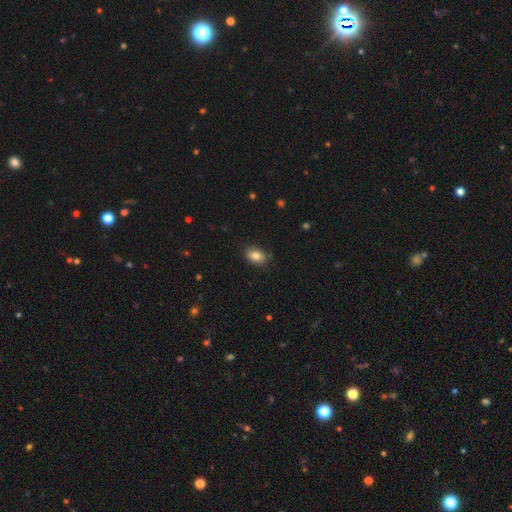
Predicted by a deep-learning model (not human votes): Smooth or featured: smooth — 82% (featured or disk — 9%)
How rounded: in between — 77% (round — 21%)
Merging: none — 81% (minor disturbance — 15%)